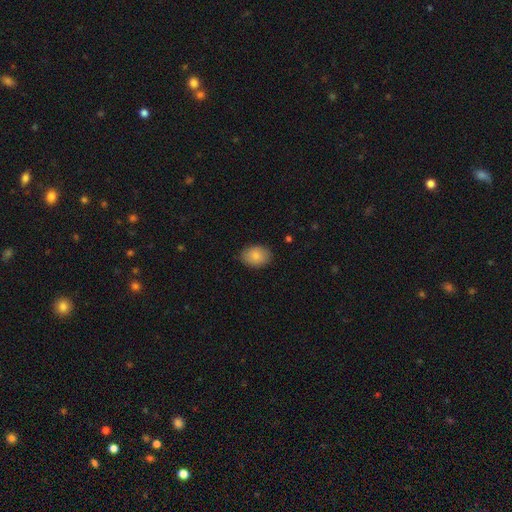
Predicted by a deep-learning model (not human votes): Morphology: type=smooth (86%); roundness=in between (73%); merging=none (85%).